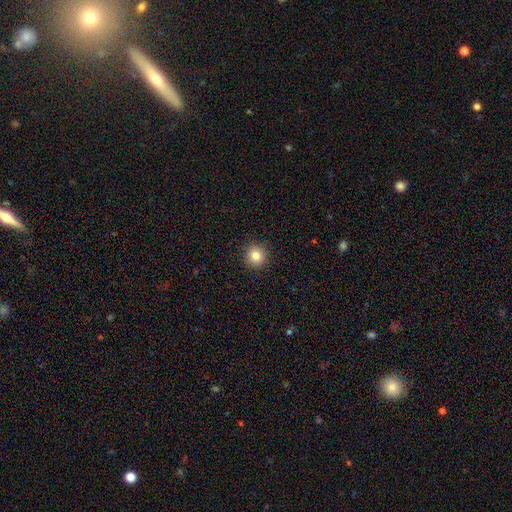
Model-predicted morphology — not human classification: Overall: smooth (82%). How rounded: round (94%). Merging: none (92%).